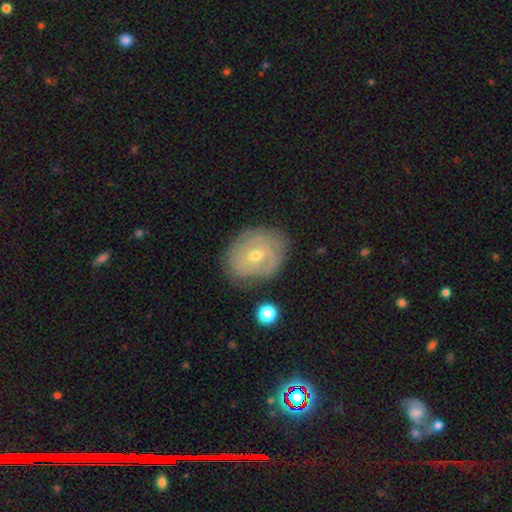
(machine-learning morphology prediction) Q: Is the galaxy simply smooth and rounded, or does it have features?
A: featured or disk — 73%.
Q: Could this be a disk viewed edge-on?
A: no — 96%.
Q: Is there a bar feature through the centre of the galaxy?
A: no — 57%.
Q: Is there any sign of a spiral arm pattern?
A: yes — 83%.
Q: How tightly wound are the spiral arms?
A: tight — 70%.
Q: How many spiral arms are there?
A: can't tell — 44%.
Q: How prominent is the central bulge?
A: small — 53%.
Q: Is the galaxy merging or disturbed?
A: none — 74%.